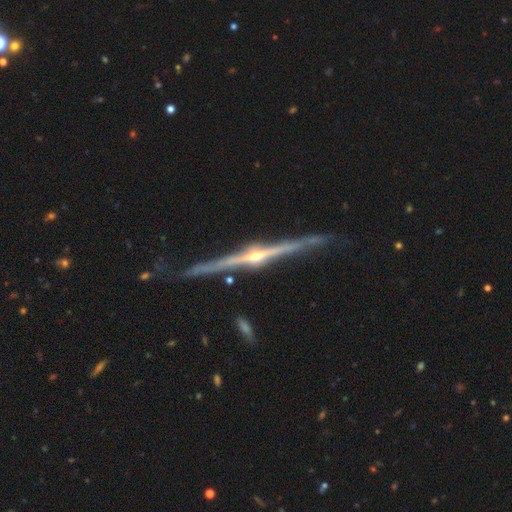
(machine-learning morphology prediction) Smooth or featured?
  - featured or disk: 90% *
  - smooth: 5%
  - star or artifact: 5%
Edge-on disk?
  - yes: 98% *
  - no: 2%
Edge-on bulge?
  - rounded: 90% *
  - none: 6%
  - boxy: 4%
Merging?
  - none: 81% *
  - minor disturbance: 14%
  - major disturbance: 3%
  - merger: 2%